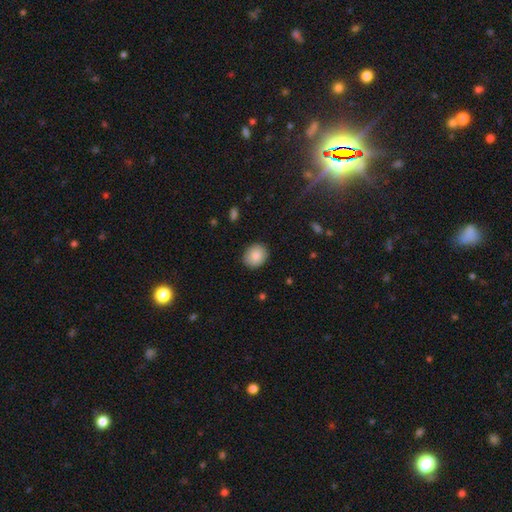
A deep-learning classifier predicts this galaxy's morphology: Q: Smooth or featured?
A: smooth (87%); runner-up: star or artifact (7%)
Q: How rounded?
A: round (65%); runner-up: in between (34%)
Q: Merging?
A: none (88%); runner-up: minor disturbance (9%)